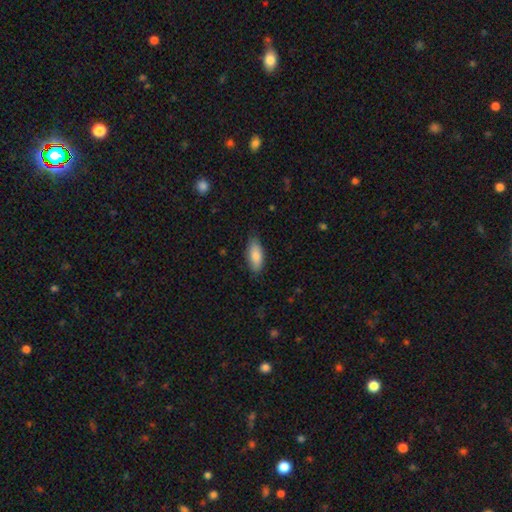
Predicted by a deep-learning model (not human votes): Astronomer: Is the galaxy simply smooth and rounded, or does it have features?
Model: smooth — 85%.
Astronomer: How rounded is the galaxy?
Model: in between — 80%.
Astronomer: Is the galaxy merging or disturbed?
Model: none — 81%.